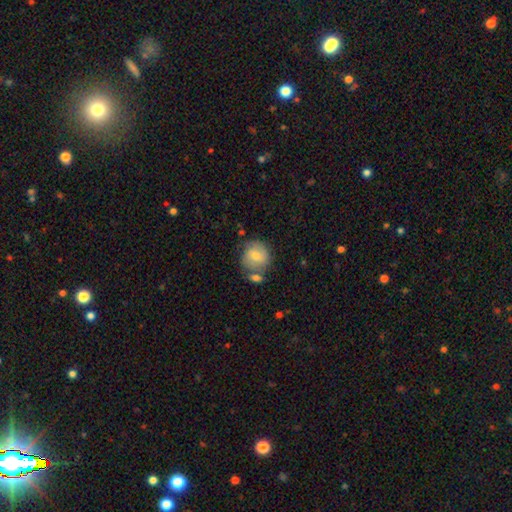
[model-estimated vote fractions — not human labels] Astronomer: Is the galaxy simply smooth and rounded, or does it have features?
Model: smooth — 61%.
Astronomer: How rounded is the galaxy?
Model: round — 83%.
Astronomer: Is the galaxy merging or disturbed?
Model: none — 59%.